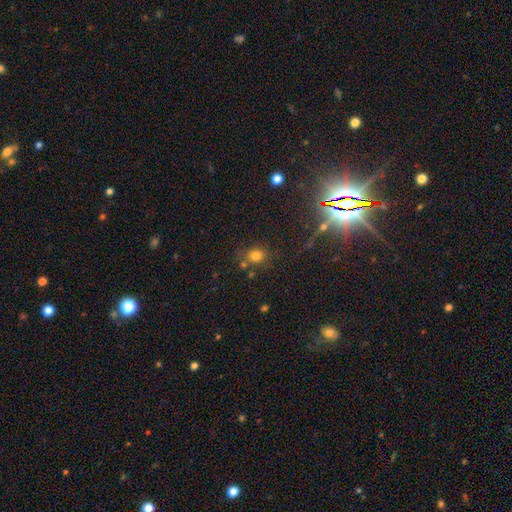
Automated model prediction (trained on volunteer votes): Smooth or featured?
  - smooth: 72% *
  - star or artifact: 19%
  - featured or disk: 9%
How rounded?
  - round: 67% *
  - in between: 32%
  - cigar-shaped: 1%
Merging?
  - none: 69% *
  - minor disturbance: 14%
  - merger: 12%
  - major disturbance: 6%